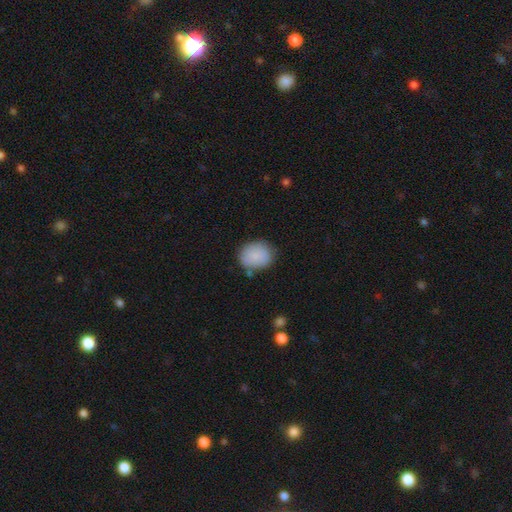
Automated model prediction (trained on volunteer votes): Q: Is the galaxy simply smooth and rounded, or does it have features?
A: smooth — 86%.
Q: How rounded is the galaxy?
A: round — 52%.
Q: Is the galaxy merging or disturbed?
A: none — 73%.